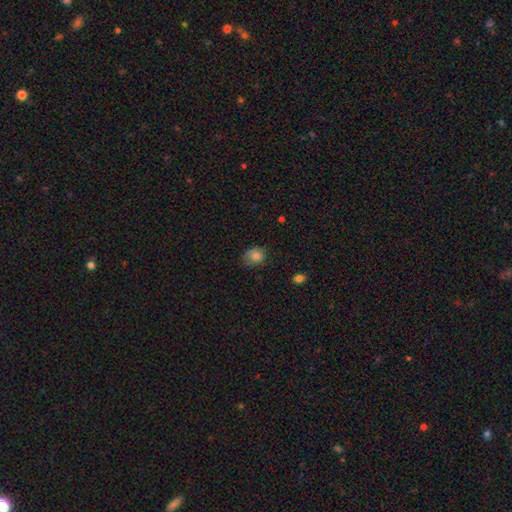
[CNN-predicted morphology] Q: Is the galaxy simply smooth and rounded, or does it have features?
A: smooth — 79%.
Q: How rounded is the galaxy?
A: round — 57%.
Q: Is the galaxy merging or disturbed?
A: none — 62%.